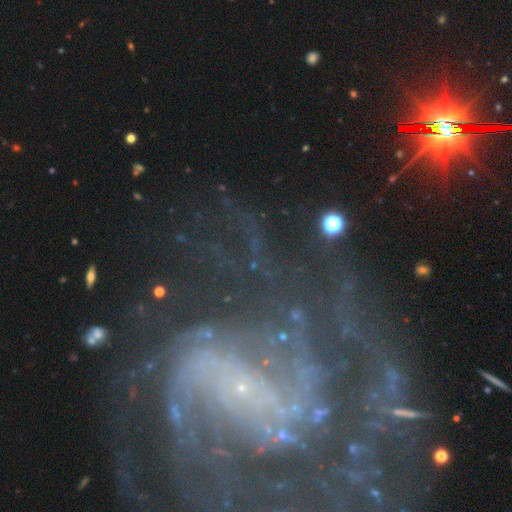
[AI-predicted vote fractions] smooth-or-featured: featured or disk: 77% | star or artifact: 15% | smooth: 8%
  disk-edge-on: no: 97% | yes: 3%
    bar: no: 52% | weak: 27% | strong: 21%
    has-spiral-arms: yes: 94% | no: 6%
      spiral-winding: tight: 51% | medium: 34% | loose: 15%
      spiral-arm-count: 2: 25% | can't tell: 22% | 3: 16% | 4: 13% | more than 4: 13% | 1: 11%
    bulge-size: small: 80% | moderate: 9% | none: 7% | large: 2% | dominant: 2%
  merging: none: 61% | major disturbance: 19% | minor disturbance: 16% | merger: 4%